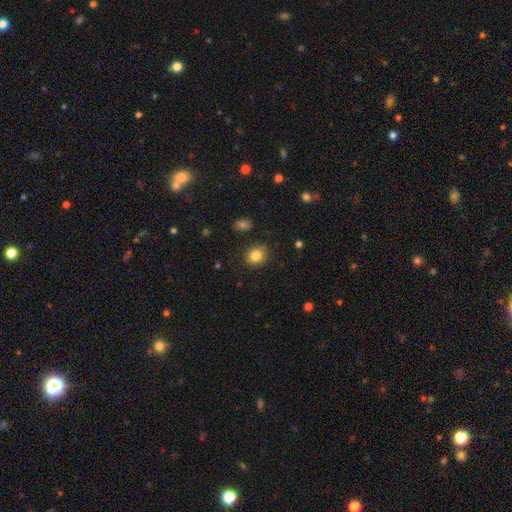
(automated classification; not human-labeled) smooth_or_featured: smooth (p=0.83) [alt: star or artifact p=0.10]
how_rounded: round (p=0.72) [alt: in between p=0.27]
merging: none (p=0.85) [alt: minor disturbance p=0.11]